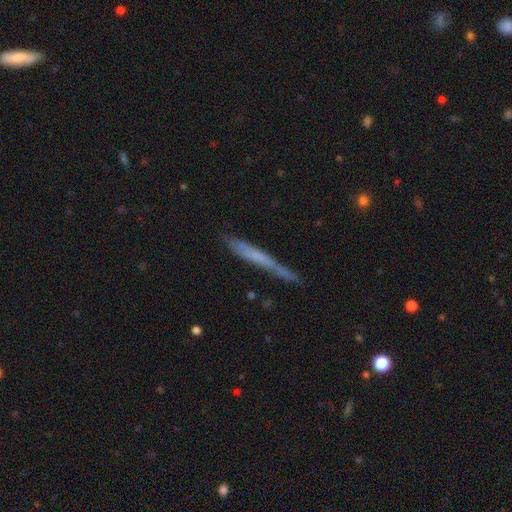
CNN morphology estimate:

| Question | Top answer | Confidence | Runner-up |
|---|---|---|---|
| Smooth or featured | smooth | 48% | featured or disk (45%) |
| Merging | none | 71% | minor disturbance (21%) |